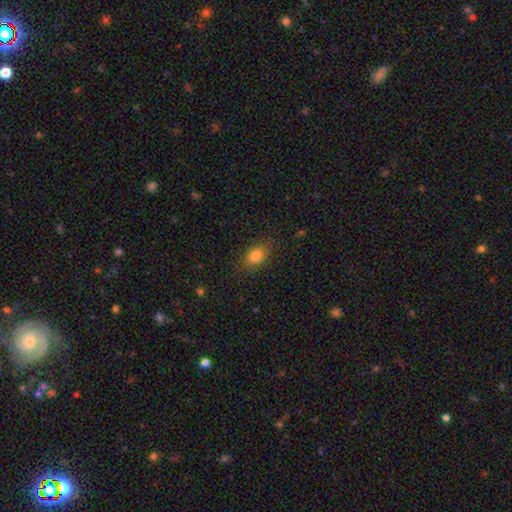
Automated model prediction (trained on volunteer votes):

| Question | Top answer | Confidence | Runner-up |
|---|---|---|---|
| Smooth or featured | smooth | 82% | star or artifact (10%) |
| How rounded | in between | 70% | round (28%) |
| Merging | none | 83% | minor disturbance (12%) |